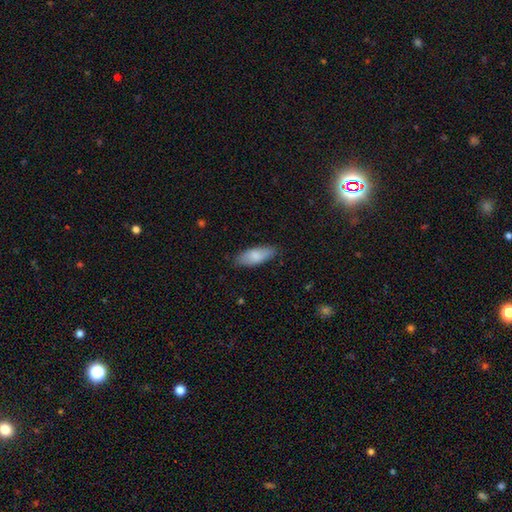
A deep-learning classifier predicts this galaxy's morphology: This appears to be a smooth galaxy with no disk features (82%) that is in between round and cigar-shaped (77%). Merging: none (82%).